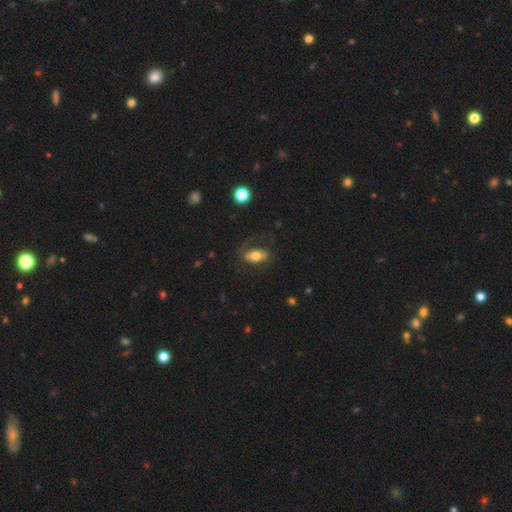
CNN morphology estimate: Smooth or featured: smooth — 61% (featured or disk — 32%)
How rounded: in between — 86% (cigar-shaped — 8%)
Merging: none — 63% (minor disturbance — 18%)